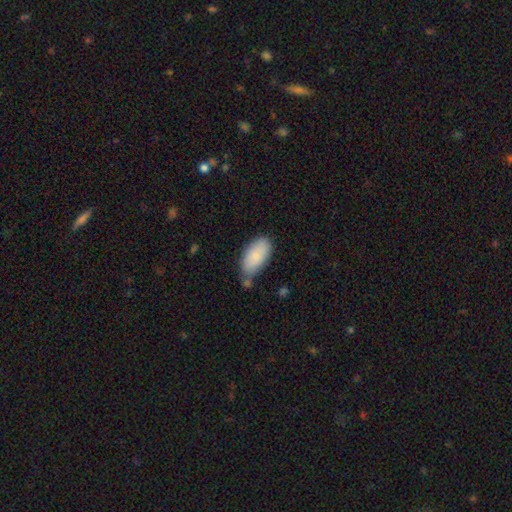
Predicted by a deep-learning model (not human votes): Q: Smooth or featured?
A: smooth (85%); runner-up: featured or disk (9%)
Q: How rounded?
A: in between (94%); runner-up: cigar-shaped (4%)
Q: Merging?
A: none (59%); runner-up: minor disturbance (26%)